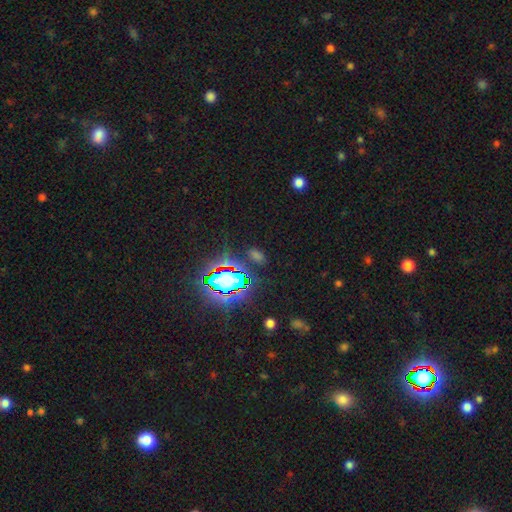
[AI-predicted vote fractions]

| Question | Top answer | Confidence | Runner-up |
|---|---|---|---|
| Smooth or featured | star or artifact | 60% | smooth (29%) |